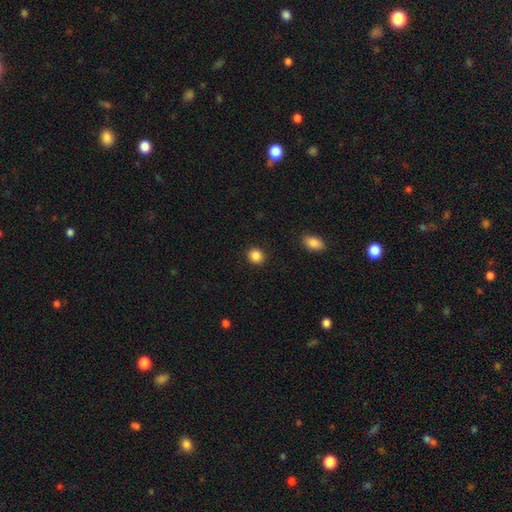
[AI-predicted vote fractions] Smooth or featured? Predicted: smooth (p=0.87). How rounded? Predicted: round (p=0.77). Merging? Predicted: none (p=0.91).